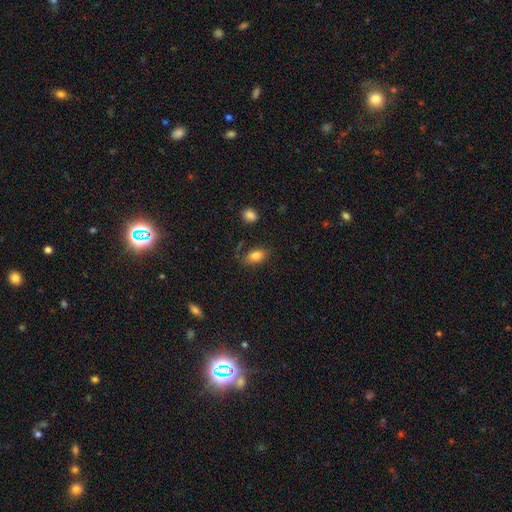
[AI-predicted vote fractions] Smooth or featured? smooth (82%)
How rounded? in between (88%)
Merging? none (76%)